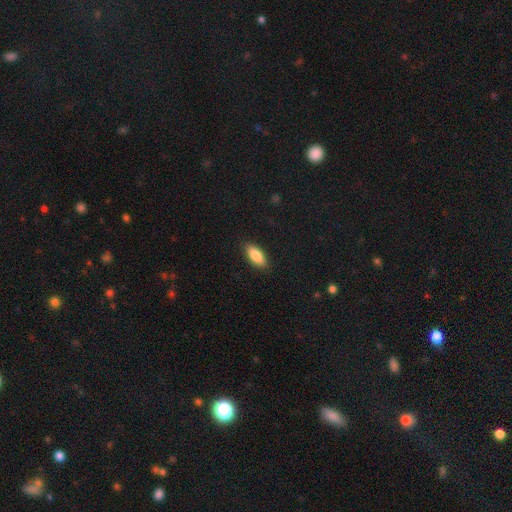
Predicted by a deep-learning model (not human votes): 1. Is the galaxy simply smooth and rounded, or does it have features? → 83% smooth, 10% featured or disk, 6% star or artifact.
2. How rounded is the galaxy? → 82% in between, 15% cigar-shaped, 2% round.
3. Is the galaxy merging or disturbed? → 88% none, 9% minor disturbance, 2% major disturbance, 1% merger.